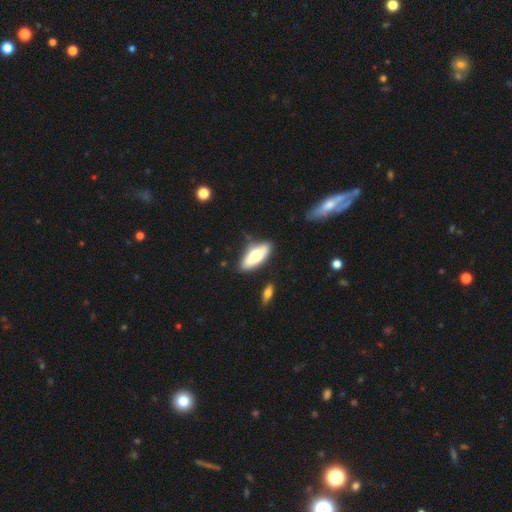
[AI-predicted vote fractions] smooth_or_featured: smooth (p=0.63) [alt: featured or disk p=0.31]
how_rounded: in between (p=0.78) [alt: cigar-shaped p=0.19]
merging: none (p=0.77) [alt: minor disturbance p=0.16]